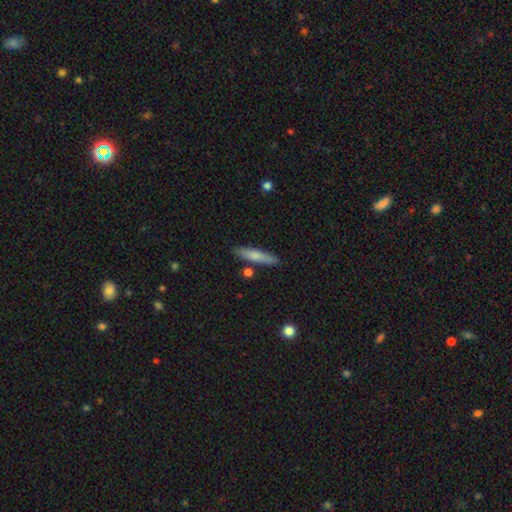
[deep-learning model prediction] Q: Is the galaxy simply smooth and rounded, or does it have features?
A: smooth — 72%.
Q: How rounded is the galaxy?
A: cigar-shaped — 85%.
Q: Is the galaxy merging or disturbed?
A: none — 84%.